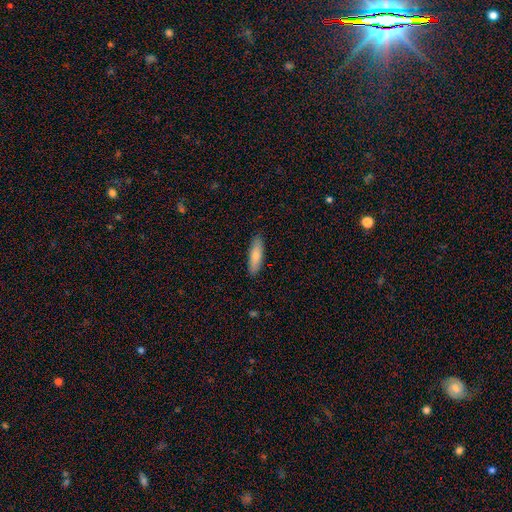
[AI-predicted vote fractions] The model was most divided on "how rounded": cigar-shaped: 61%, in between: 37%, round: 2%. More confident: merging — none (88%); smooth or featured — smooth (78%).